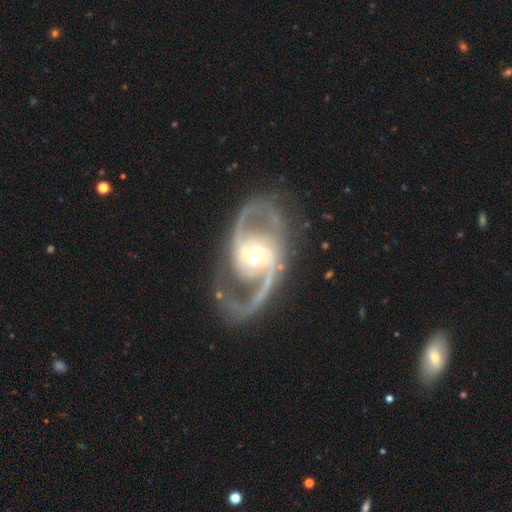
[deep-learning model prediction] smooth-or-featured: featured or disk: 93% | star or artifact: 4% | smooth: 3%
  disk-edge-on: no: 97% | yes: 3%
    bar: weak: 42% | no: 31% | strong: 27%
    has-spiral-arms: yes: 98% | no: 2%
      spiral-winding: medium: 62% | loose: 21% | tight: 18%
      spiral-arm-count: 2: 93% | 3: 2% | can't tell: 2% | 1: 1% | 4: 1% | more than 4: 1%
    bulge-size: moderate: 65% | small: 24% | large: 9% | dominant: 1% | none: 1%
  merging: none: 77% | minor disturbance: 13% | major disturbance: 8% | merger: 2%